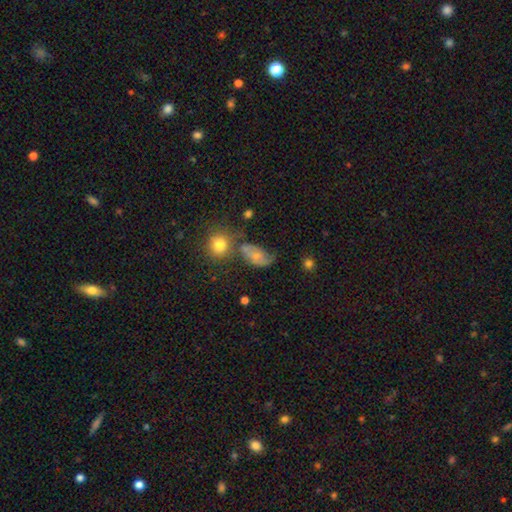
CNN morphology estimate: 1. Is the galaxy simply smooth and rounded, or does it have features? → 58% smooth, 30% featured or disk, 12% star or artifact.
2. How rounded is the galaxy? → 82% in between, 15% round, 3% cigar-shaped.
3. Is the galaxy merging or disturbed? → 35% none, 28% minor disturbance, 20% major disturbance, 17% merger.